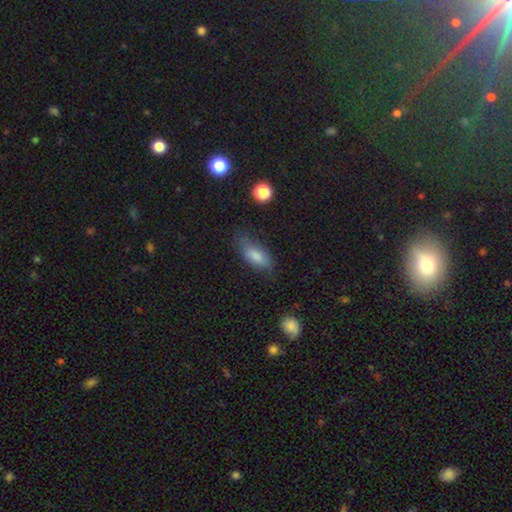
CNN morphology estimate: This appears to be a smooth galaxy with no disk features (77%) that is in between round and cigar-shaped (79%). Merging: none (65%).